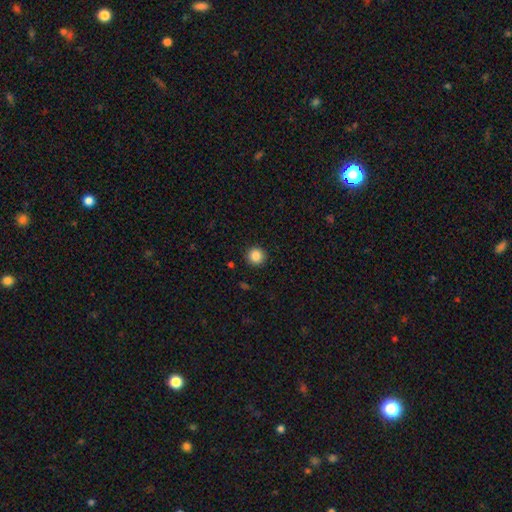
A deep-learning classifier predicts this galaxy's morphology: Q: Smooth or featured?
A: smooth (86%); runner-up: star or artifact (10%)
Q: How rounded?
A: round (95%); runner-up: in between (4%)
Q: Merging?
A: none (92%); runner-up: minor disturbance (5%)